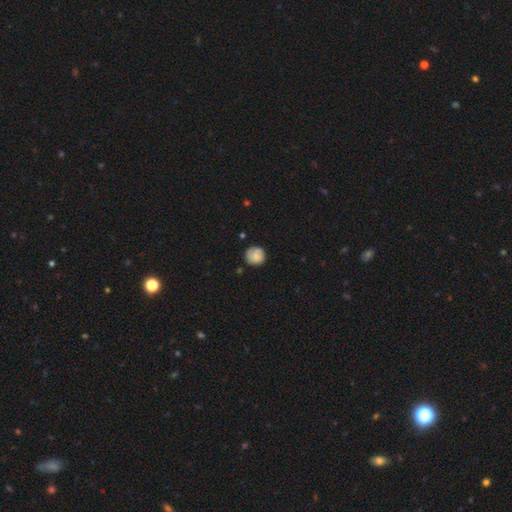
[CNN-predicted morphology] The model was most divided on "merging": none: 72%, minor disturbance: 20%, major disturbance: 5%, merger: 2%. More confident: how rounded — round (88%); smooth or featured — smooth (75%).